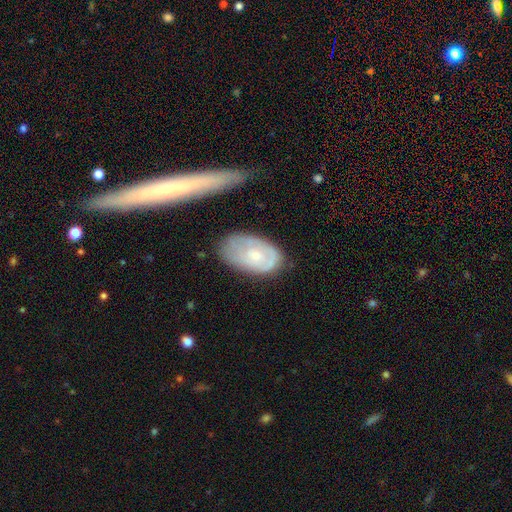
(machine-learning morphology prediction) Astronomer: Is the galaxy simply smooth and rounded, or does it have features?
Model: featured or disk — 50% (runner-up: smooth, 44%).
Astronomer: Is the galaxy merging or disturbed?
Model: none — 55%.